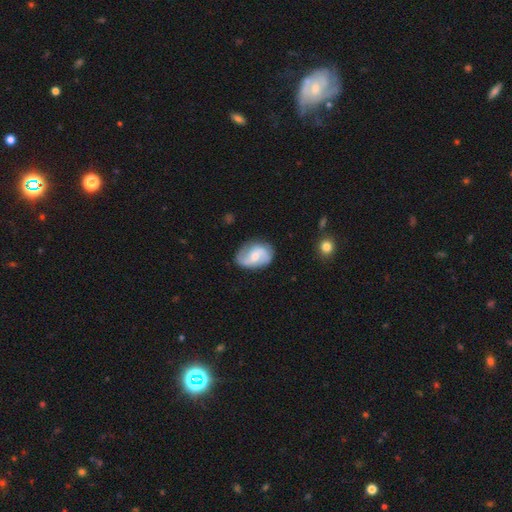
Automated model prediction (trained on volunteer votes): Smooth or featured? Predicted: featured or disk (p=0.75). Edge-on disk? Predicted: no (p=0.97). Bar? Predicted: weak (p=0.48). Spiral arms? Predicted: yes (p=0.94). Spiral winding? Predicted: loose (p=0.43). Spiral arm count? Predicted: 2 (p=0.87). Bulge size? Predicted: moderate (p=0.51). Merging? Predicted: none (p=0.75).